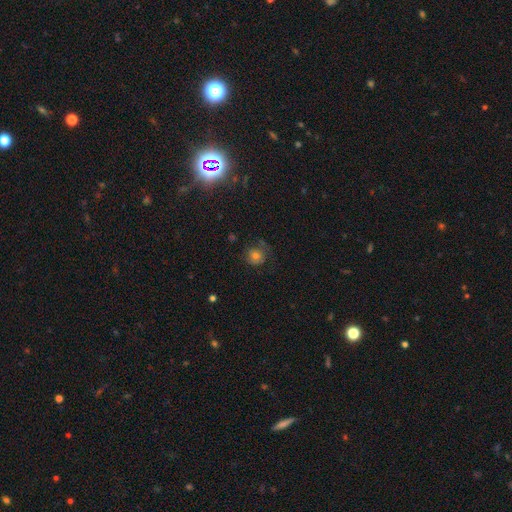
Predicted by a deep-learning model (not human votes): smooth-or-featured: smooth: 61% | featured or disk: 25% | star or artifact: 14%
  how-rounded: round: 86% | in between: 13% | cigar-shaped: 1%
  merging: none: 67% | minor disturbance: 19% | major disturbance: 12% | merger: 2%